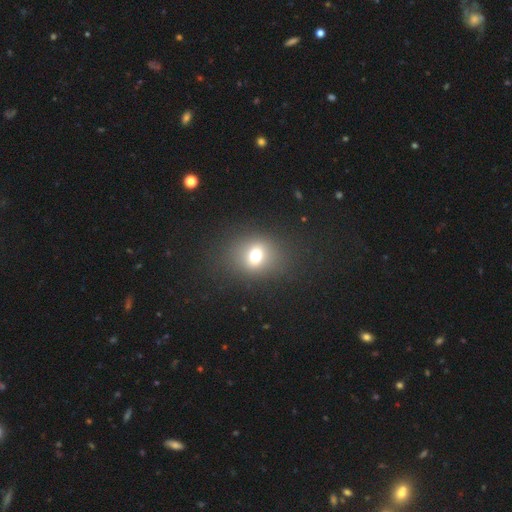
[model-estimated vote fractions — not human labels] This is likely a smooth galaxy (67%). How rounded: likely round (61%). Merging: clearly none (84%).